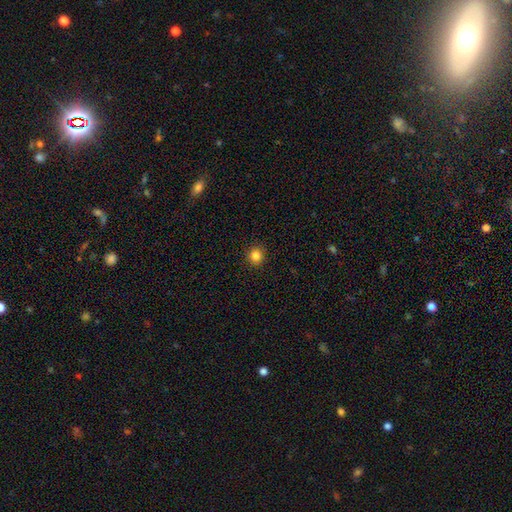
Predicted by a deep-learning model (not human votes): Smooth or featured: smooth — 84% (star or artifact — 12%)
How rounded: round — 91% (in between — 8%)
Merging: none — 92% (minor disturbance — 5%)